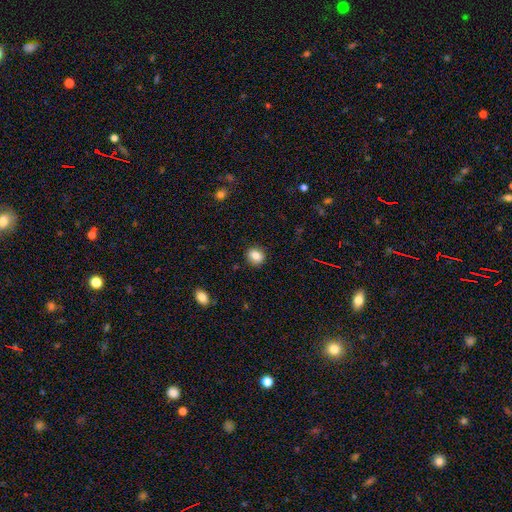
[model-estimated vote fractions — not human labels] Overall: smooth (84%). How rounded: round (65%; in between 34%). Merging: none (88%).